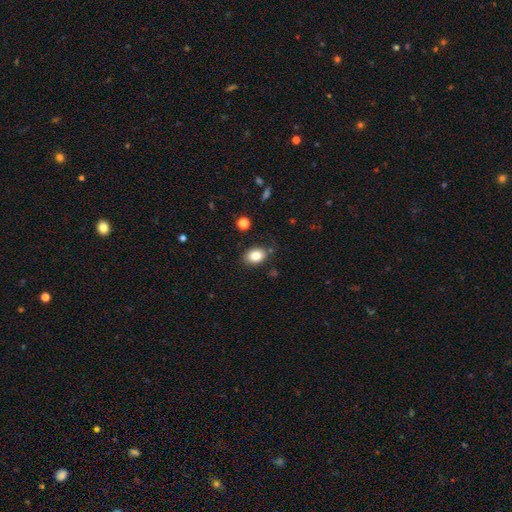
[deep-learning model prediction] A smooth galaxy with no disk features (85%) that is in between round and cigar-shaped (73%). Merging: none (80%).